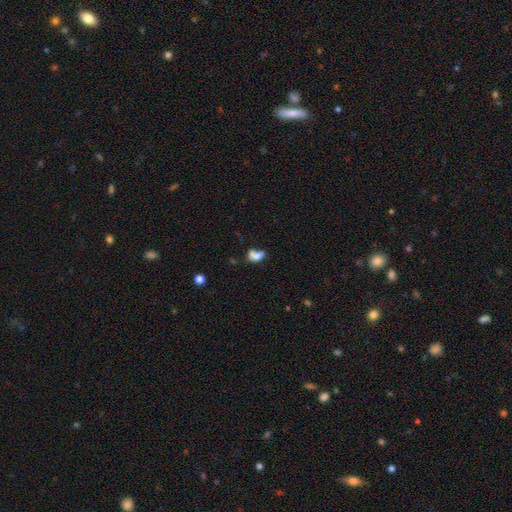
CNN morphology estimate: Smooth or featured? smooth (67%)
How rounded? in between (79%)
Merging? merger (41%)